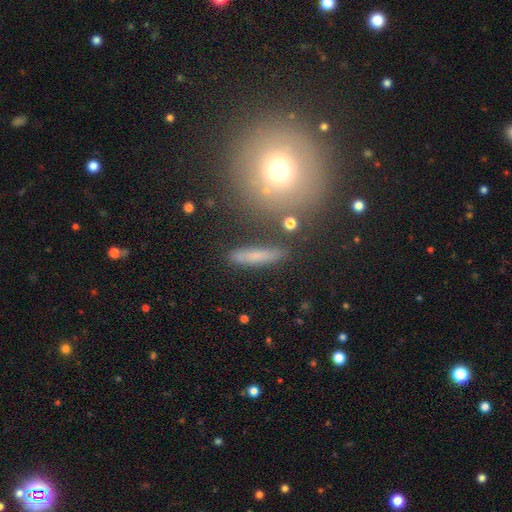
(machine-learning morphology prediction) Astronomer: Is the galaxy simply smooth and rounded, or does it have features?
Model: smooth — 64%.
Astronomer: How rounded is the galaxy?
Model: cigar-shaped — 81%.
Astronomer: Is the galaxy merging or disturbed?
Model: none — 79%.